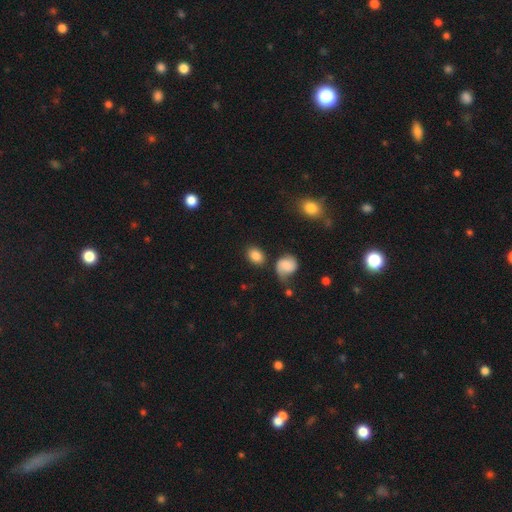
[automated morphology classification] Smooth or featured? smooth (82%)
How rounded? in between (64%)
Merging? none (74%)